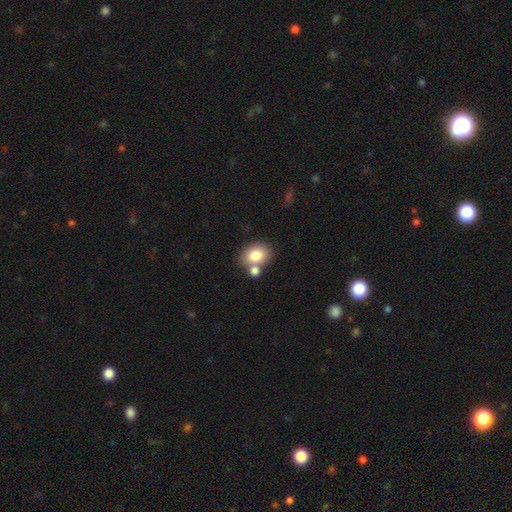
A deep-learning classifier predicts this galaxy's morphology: smooth 81%, featured or disk 11%, star or artifact 8%. Down the decision tree: how rounded — in between (60%); merging — none (54%).